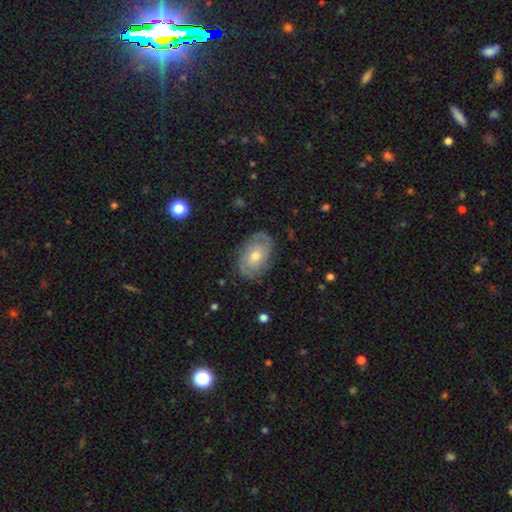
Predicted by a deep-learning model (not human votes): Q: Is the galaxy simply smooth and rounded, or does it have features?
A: featured or disk — 71%.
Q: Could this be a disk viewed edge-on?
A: no — 96%.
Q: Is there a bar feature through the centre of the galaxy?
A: no — 69%.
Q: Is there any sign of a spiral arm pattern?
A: yes — 87%.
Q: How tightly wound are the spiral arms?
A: tight — 61%.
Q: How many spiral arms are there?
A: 2 — 58%.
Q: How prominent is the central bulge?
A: moderate — 64%.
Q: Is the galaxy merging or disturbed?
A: none — 83%.